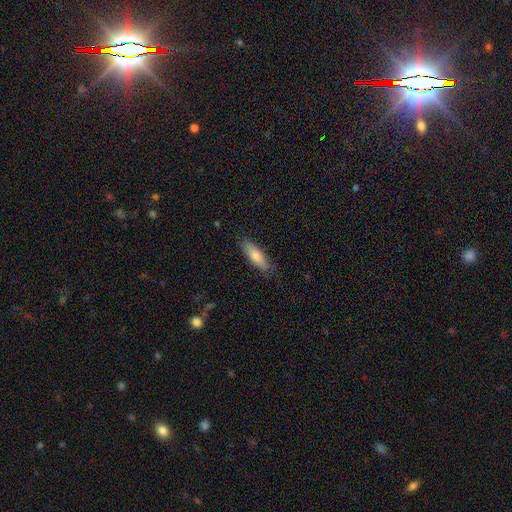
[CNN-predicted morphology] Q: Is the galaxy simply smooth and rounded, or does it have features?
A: smooth — 77%.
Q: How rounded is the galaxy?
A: cigar-shaped — 50%.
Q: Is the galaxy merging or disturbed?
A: none — 81%.